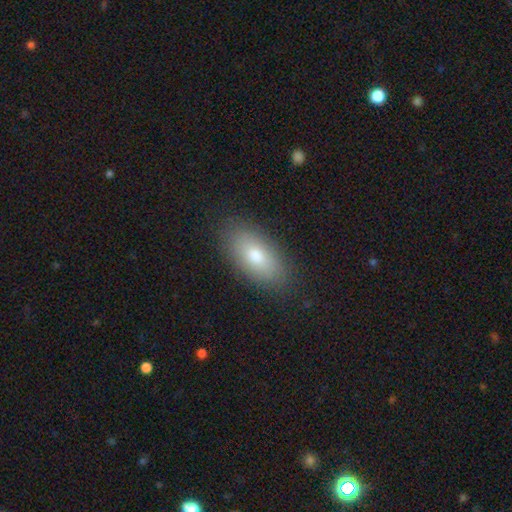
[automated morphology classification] This appears to be a smooth galaxy with no disk features (75%) that is in between round and cigar-shaped (91%). Merging: none (86%).